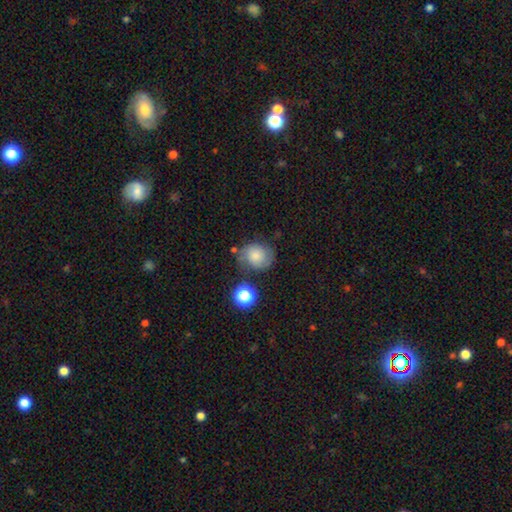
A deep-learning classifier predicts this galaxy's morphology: The model was most divided on "smooth or featured": smooth: 62%, featured or disk: 26%, star or artifact: 11%. More confident: how rounded — round (73%); merging — none (60%).